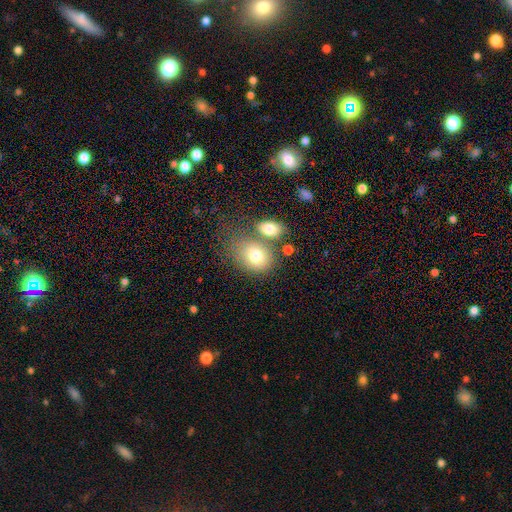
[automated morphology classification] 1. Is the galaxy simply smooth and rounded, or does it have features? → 76% smooth, 14% featured or disk, 10% star or artifact.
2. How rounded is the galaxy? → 55% in between, 44% round, 1% cigar-shaped.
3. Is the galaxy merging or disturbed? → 48% none, 27% merger, 16% minor disturbance, 8% major disturbance.